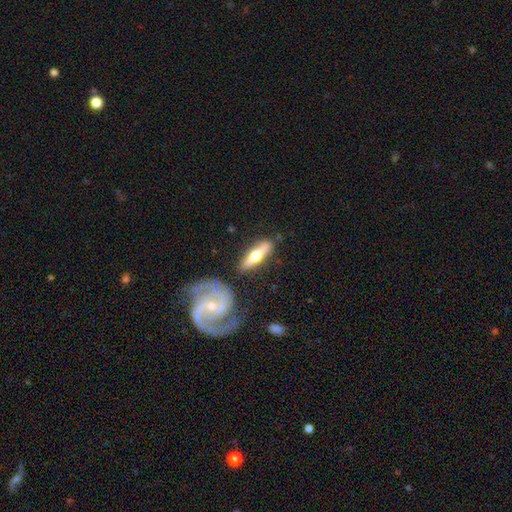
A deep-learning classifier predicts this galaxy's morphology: smooth_or_featured: featured or disk (p=0.56) [alt: smooth p=0.39]
disk_edge_on: yes (p=0.84) [alt: no p=0.16]
merging: none (p=0.79) [alt: minor disturbance p=0.12]